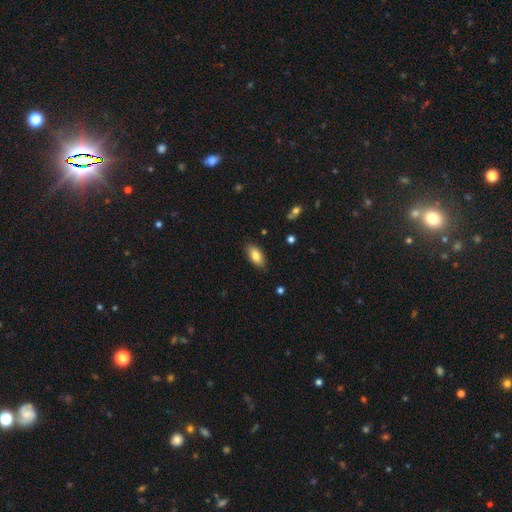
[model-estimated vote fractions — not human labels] A smooth galaxy with no disk features (83%) that is in between round and cigar-shaped (90%). Merging: none (85%).